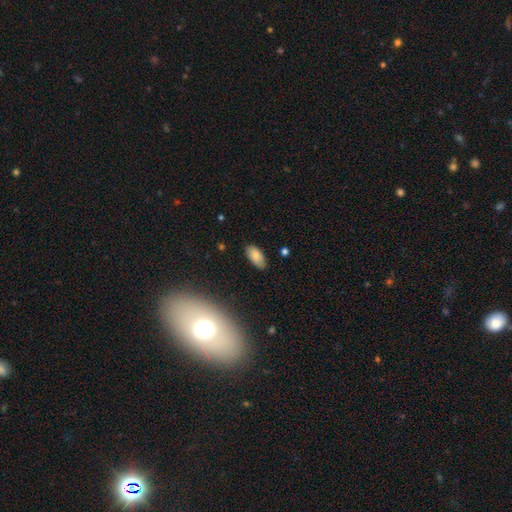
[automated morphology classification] Smooth or featured?
  - smooth: 82% *
  - featured or disk: 9%
  - star or artifact: 9%
How rounded?
  - in between: 93% *
  - cigar-shaped: 5%
  - round: 2%
Merging?
  - none: 80% *
  - minor disturbance: 16%
  - major disturbance: 3%
  - merger: 1%